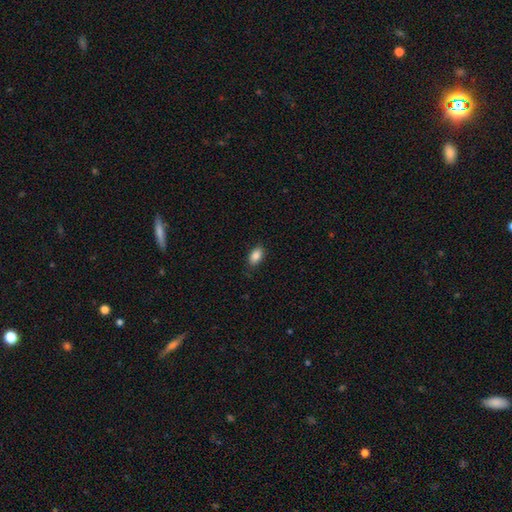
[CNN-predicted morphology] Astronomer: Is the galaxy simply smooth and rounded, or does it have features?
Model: smooth — 87%.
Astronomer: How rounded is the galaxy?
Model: in between — 91%.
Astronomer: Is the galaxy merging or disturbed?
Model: none — 83%.